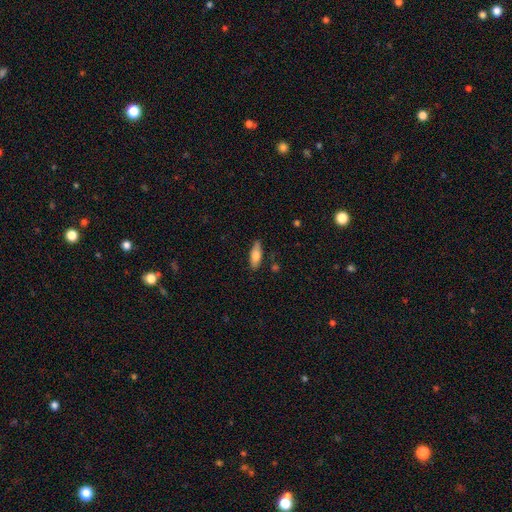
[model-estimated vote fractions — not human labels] Smooth or featured? Predicted: smooth (p=0.72). How rounded? Predicted: in between (p=0.63). Merging? Predicted: none (p=0.84).